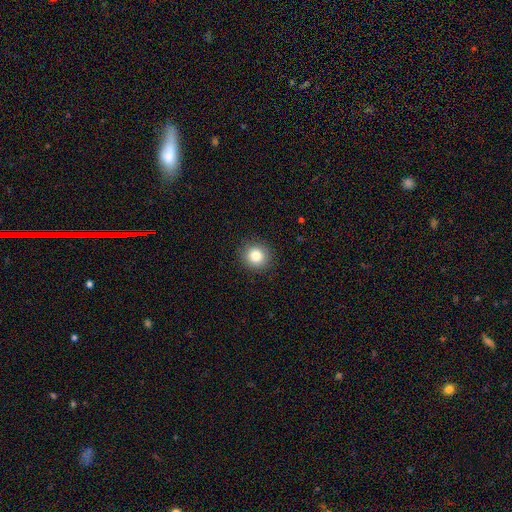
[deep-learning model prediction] Smooth or featured?
  - smooth: 83% *
  - star or artifact: 10%
  - featured or disk: 6%
How rounded?
  - round: 91% *
  - in between: 8%
  - cigar-shaped: 1%
Merging?
  - none: 91% *
  - minor disturbance: 6%
  - major disturbance: 2%
  - merger: 1%